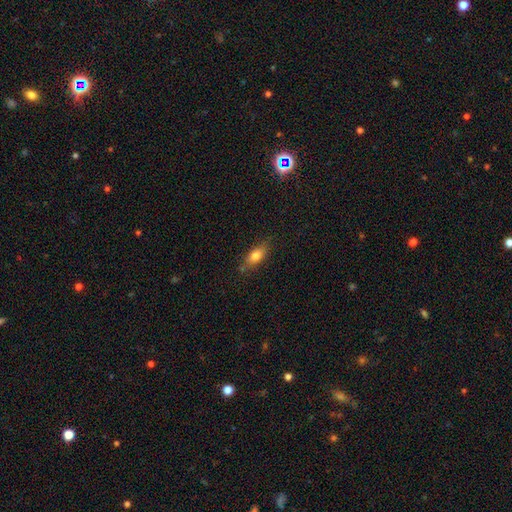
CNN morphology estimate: smooth_or_featured: smooth (p=0.76) [alt: featured or disk p=0.16]
how_rounded: in between (p=0.77) [alt: cigar-shaped p=0.18]
merging: none (p=0.74) [alt: minor disturbance p=0.18]